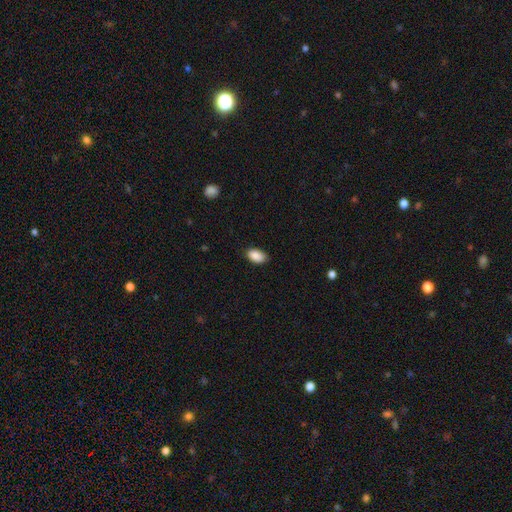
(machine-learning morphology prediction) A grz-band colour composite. It shows a smooth galaxy with no disk features (89%) that is in between round and cigar-shaped (92%). Merging: none (82%).